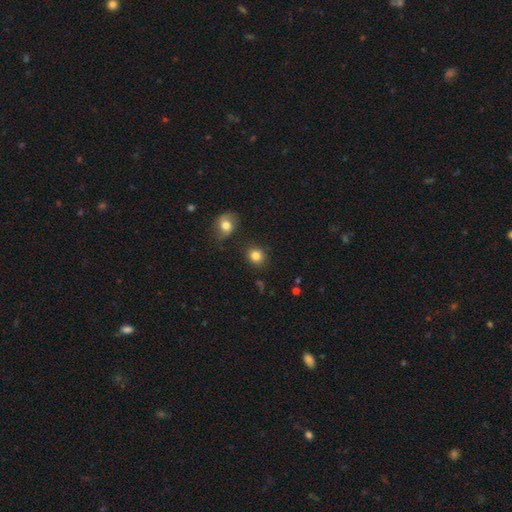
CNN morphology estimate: A smooth galaxy with no disk features (83%) that is round (78%). Merging: none (84%).